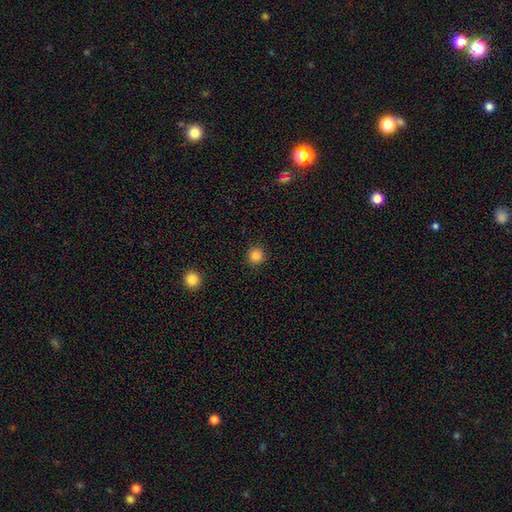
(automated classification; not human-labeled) Smooth or featured? Predicted: smooth (p=0.85). How rounded? Predicted: round (p=0.95). Merging? Predicted: none (p=0.92).